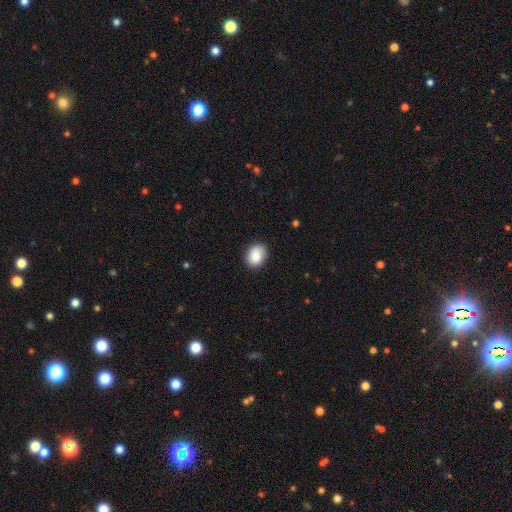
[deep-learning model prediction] Smooth or featured? Predicted: smooth (p=0.87). How rounded? Predicted: in between (p=0.53). Merging? Predicted: none (p=0.86).